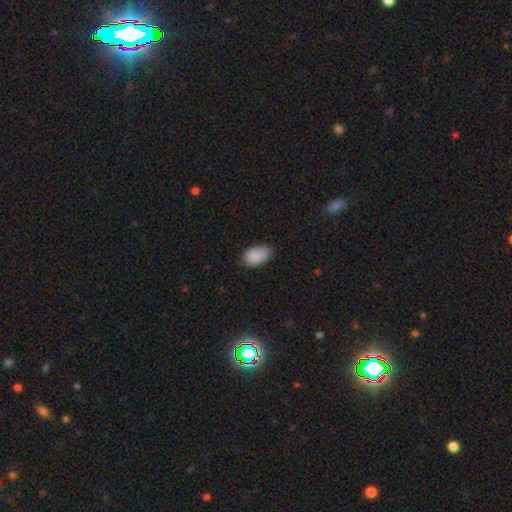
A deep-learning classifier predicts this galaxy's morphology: smooth 87%, star or artifact 7%, featured or disk 5%. Down the decision tree: how rounded — in between (91%); merging — none (69%).